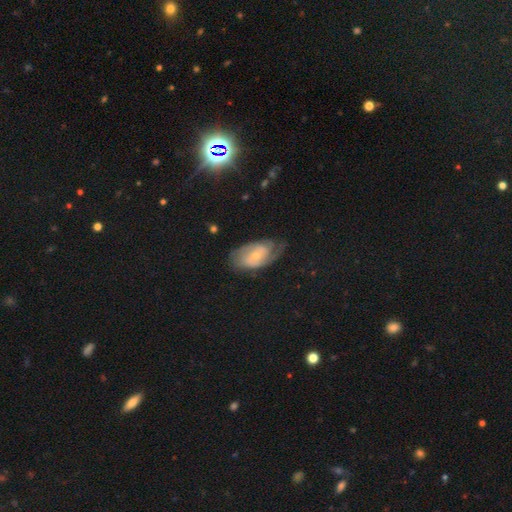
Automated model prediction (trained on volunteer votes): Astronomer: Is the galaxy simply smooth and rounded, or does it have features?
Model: featured or disk — 67%.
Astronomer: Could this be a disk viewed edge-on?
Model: no — 95%.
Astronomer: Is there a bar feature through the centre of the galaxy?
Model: no — 60%.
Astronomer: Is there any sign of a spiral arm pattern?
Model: yes — 87%.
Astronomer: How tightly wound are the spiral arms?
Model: tight — 43% (runner-up: medium, 40%).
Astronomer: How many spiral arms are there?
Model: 2 — 56%.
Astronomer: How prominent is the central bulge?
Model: small — 66%.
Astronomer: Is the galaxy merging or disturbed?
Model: none — 61%.